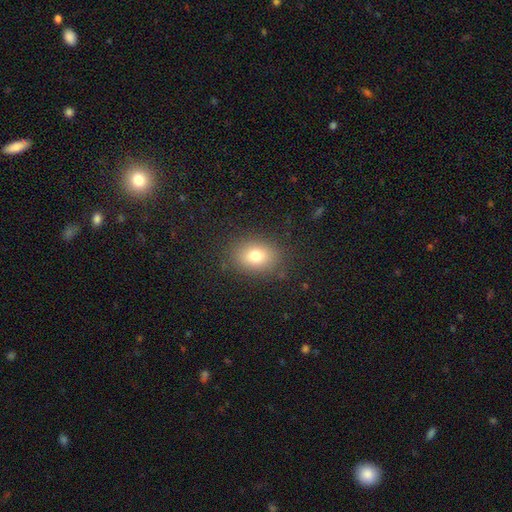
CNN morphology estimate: smooth-or-featured: smooth: 76% | star or artifact: 12% | featured or disk: 12%
  how-rounded: in between: 67% | round: 32% | cigar-shaped: 1%
  merging: none: 84% | minor disturbance: 11% | major disturbance: 4% | merger: 1%